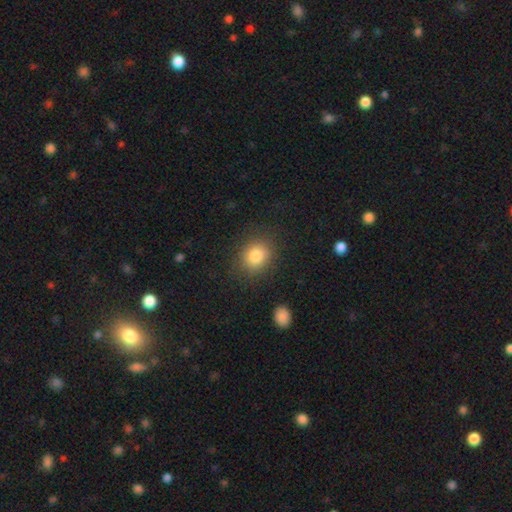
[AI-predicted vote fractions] Q: Smooth or featured?
A: smooth (84%); runner-up: star or artifact (10%)
Q: How rounded?
A: round (63%); runner-up: in between (36%)
Q: Merging?
A: none (84%); runner-up: minor disturbance (11%)